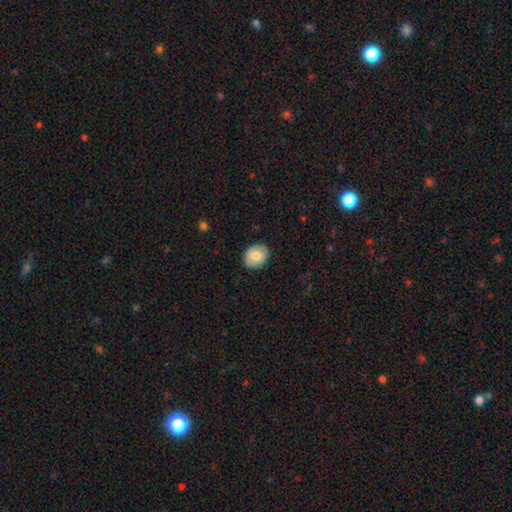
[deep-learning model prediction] This is likely a smooth galaxy (75%). How rounded: possibly round (58%). Merging: clearly none (87%).